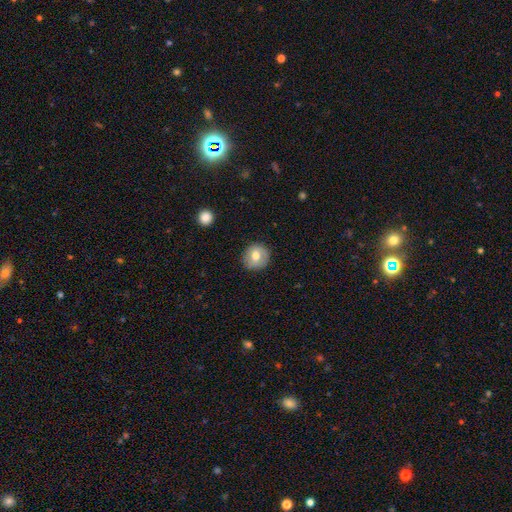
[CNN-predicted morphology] Smooth or featured?
  - smooth: 69% *
  - featured or disk: 24%
  - star or artifact: 8%
How rounded?
  - round: 90% *
  - in between: 9%
  - cigar-shaped: 1%
Merging?
  - none: 87% *
  - minor disturbance: 10%
  - major disturbance: 2%
  - merger: 1%